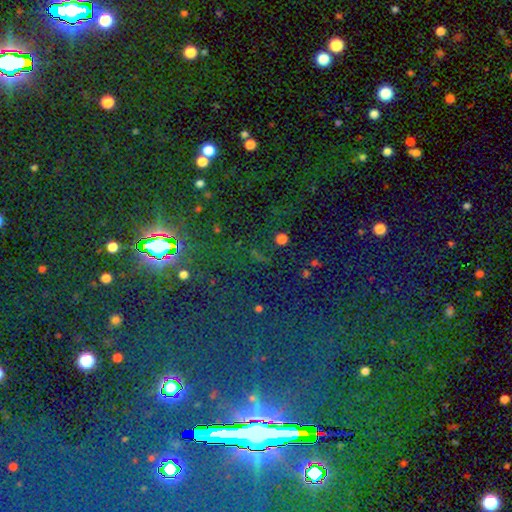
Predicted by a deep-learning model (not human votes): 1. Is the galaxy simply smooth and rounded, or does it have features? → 81% star or artifact, 11% smooth, 8% featured or disk.